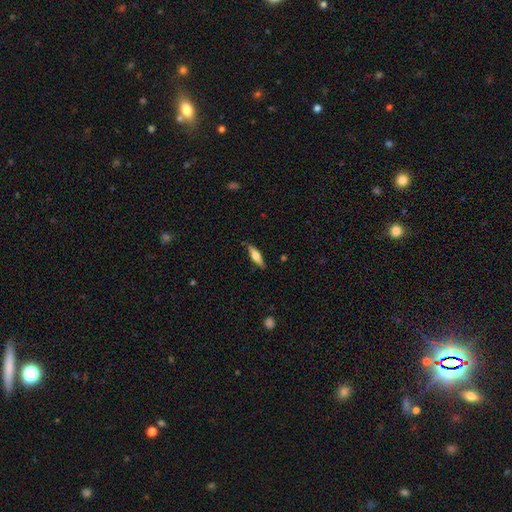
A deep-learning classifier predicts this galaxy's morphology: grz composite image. It shows a featured or disk galaxy (47%, tied with smooth). Merging: none (86%).